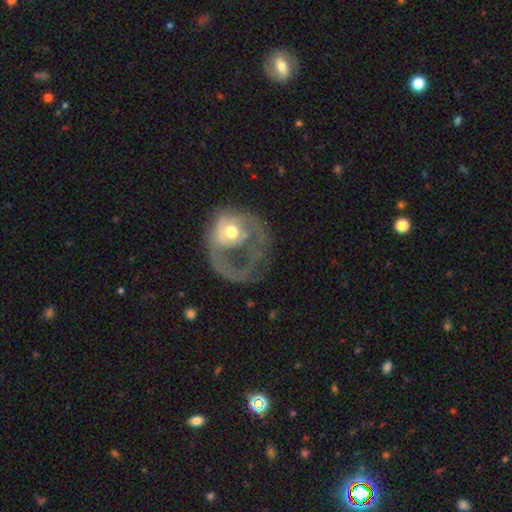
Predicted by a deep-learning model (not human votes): Q: Smooth or featured?
A: featured or disk (57%); runner-up: smooth (31%)
Q: Edge-on disk?
A: no (96%); runner-up: yes (4%)
Q: Bar?
A: no (83%); runner-up: weak (13%)
Q: Spiral arms?
A: no (61%); runner-up: yes (39%)
Q: Bulge size?
A: moderate (55%); runner-up: small (34%)
Q: Merging?
A: major disturbance (54%); runner-up: none (26%)